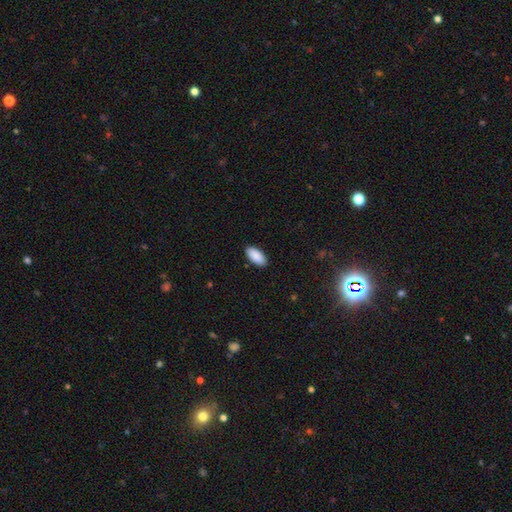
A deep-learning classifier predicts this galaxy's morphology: This appears to be a smooth galaxy with no disk features (91%) that is in between round and cigar-shaped (93%). Merging: none (90%).